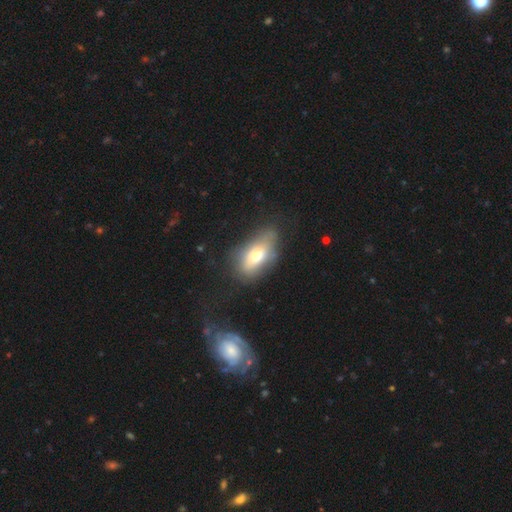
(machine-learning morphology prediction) smooth-or-featured: smooth: 62% | featured or disk: 28% | star or artifact: 10%
  how-rounded: in between: 87% | cigar-shaped: 7% | round: 6%
  merging: none: 56% | minor disturbance: 27% | major disturbance: 14% | merger: 4%